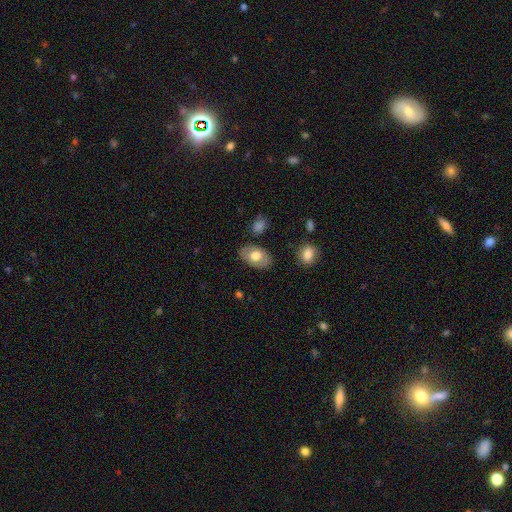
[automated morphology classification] smooth-or-featured: smooth: 66% | featured or disk: 28% | star or artifact: 6%
  how-rounded: in between: 90% | round: 8% | cigar-shaped: 1%
  merging: none: 81% | minor disturbance: 13% | major disturbance: 3% | merger: 3%